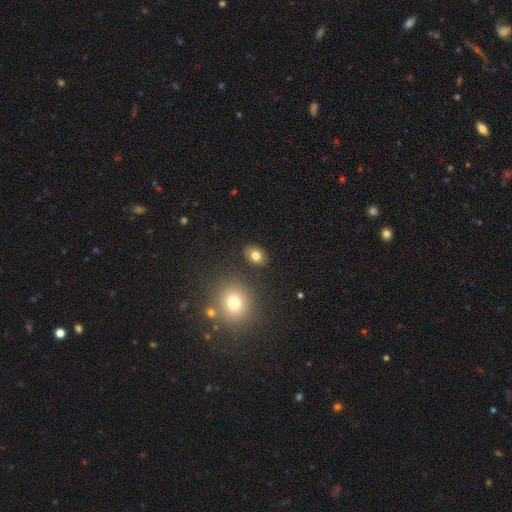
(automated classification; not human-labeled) smooth-or-featured: smooth: 79% | star or artifact: 11% | featured or disk: 10%
  how-rounded: in between: 67% | round: 31% | cigar-shaped: 1%
  merging: none: 84% | minor disturbance: 9% | merger: 4% | major disturbance: 3%